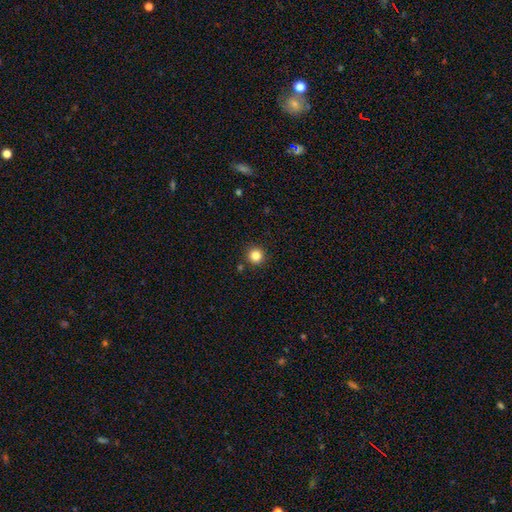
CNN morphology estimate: This appears to be a smooth galaxy with no disk features (84%) that is round (95%). Merging: none (91%).